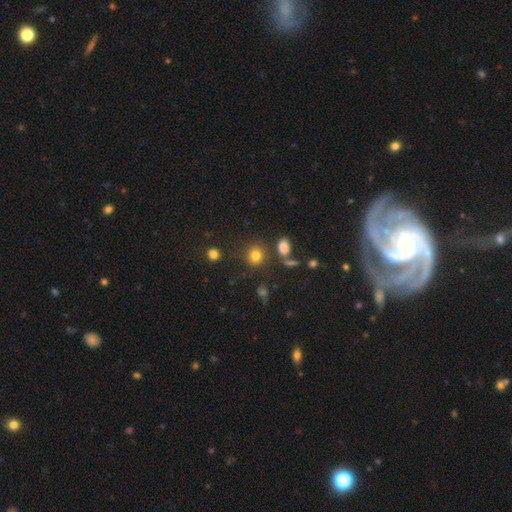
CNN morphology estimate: Smooth or featured: smooth — 81% (star or artifact — 13%)
How rounded: round — 79% (in between — 20%)
Merging: none — 79% (minor disturbance — 10%)